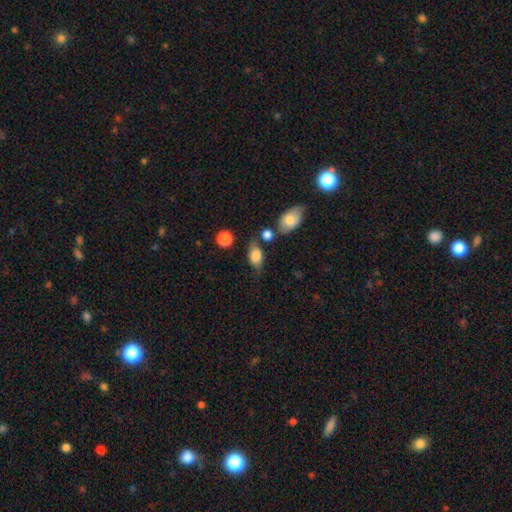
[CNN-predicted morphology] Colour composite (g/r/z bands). It shows a smooth galaxy with no disk features (75%) that is in between round and cigar-shaped (85%). Merging: none (60%).